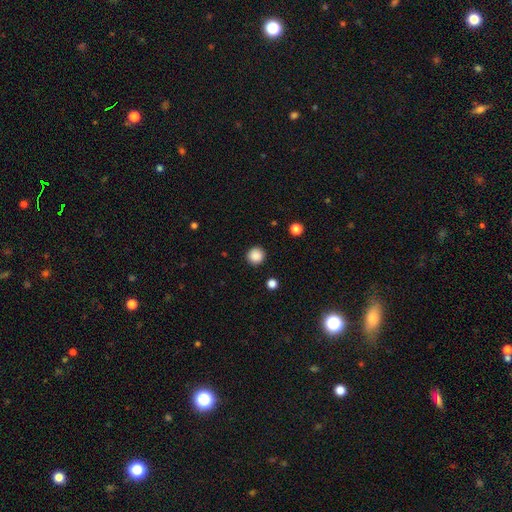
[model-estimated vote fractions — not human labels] smooth-or-featured: smooth: 88% | star or artifact: 10% | featured or disk: 3%
  how-rounded: round: 95% | in between: 4% | cigar-shaped: 1%
  merging: none: 92% | minor disturbance: 5% | major disturbance: 2% | merger: 1%